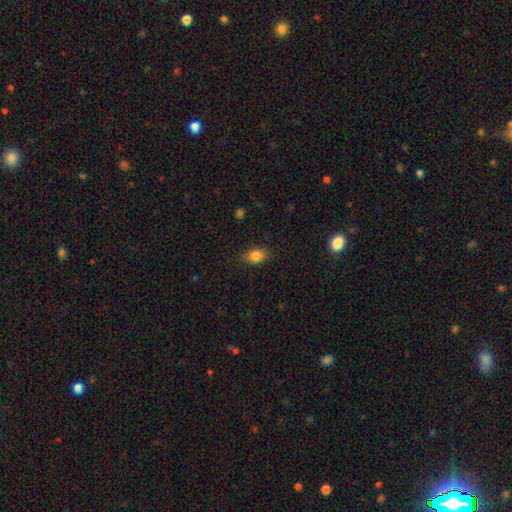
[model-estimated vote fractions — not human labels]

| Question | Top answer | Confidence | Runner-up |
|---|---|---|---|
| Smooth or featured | smooth | 83% | star or artifact (10%) |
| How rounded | in between | 73% | round (25%) |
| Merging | none | 83% | minor disturbance (13%) |